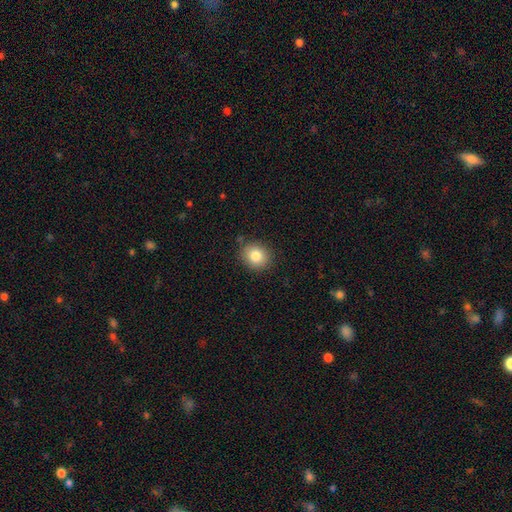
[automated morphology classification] The model was most divided on "how rounded": round: 73%, in between: 26%, cigar-shaped: 1%. More confident: merging — none (86%); smooth or featured — smooth (83%).